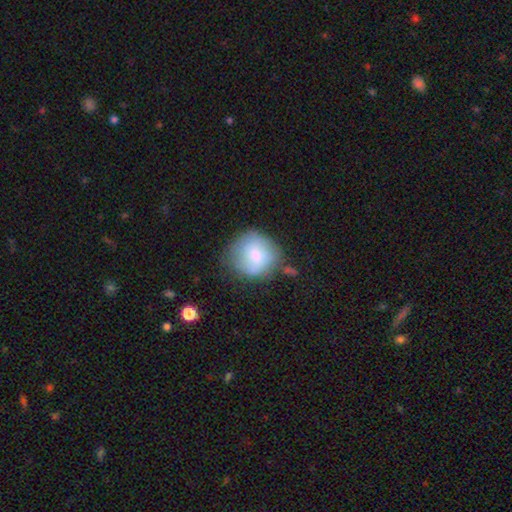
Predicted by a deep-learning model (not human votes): Q: Smooth or featured?
A: smooth (70%); runner-up: featured or disk (23%)
Q: How rounded?
A: round (88%); runner-up: in between (11%)
Q: Merging?
A: none (59%); runner-up: minor disturbance (26%)